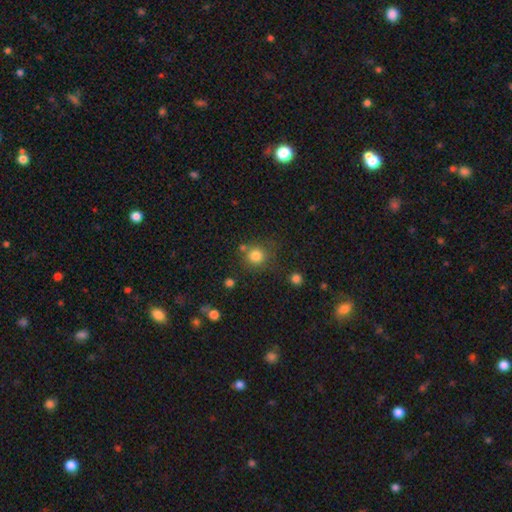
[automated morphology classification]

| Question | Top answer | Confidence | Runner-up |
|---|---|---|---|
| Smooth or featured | smooth | 82% | star or artifact (12%) |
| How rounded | round | 91% | in between (8%) |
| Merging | none | 74% | minor disturbance (11%) |